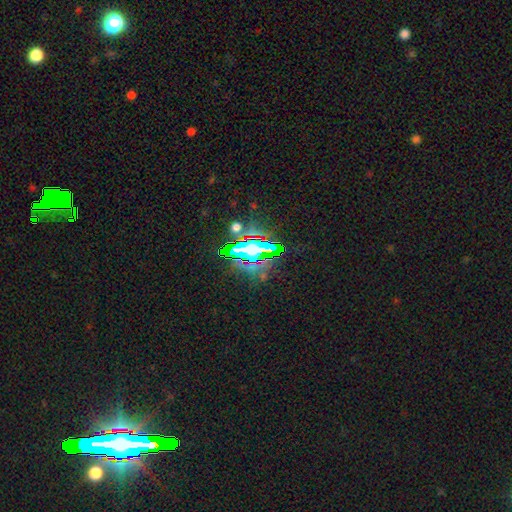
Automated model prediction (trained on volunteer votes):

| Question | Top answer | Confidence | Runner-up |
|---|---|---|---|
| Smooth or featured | star or artifact | 82% | smooth (10%) |